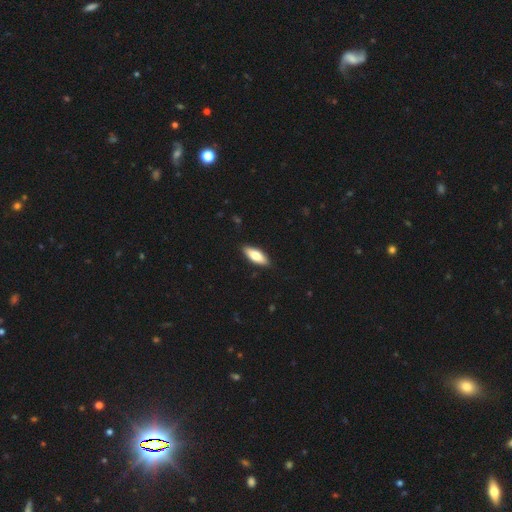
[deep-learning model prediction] Morphology: type=smooth (74%); roundness=in between (72%); merging=none (89%).